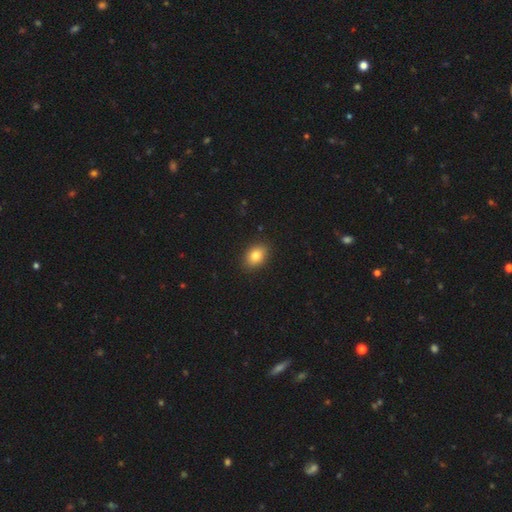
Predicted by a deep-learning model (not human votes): smooth 82%, star or artifact 9%, featured or disk 9%. Down the decision tree: how rounded — in between (76%); merging — none (89%).